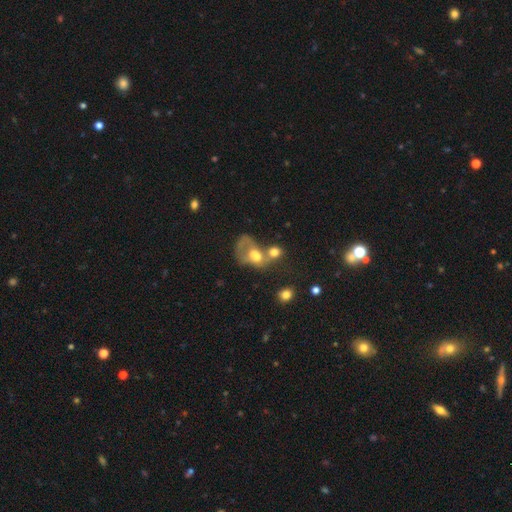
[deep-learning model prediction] A smooth galaxy with no disk features (52%) that is in between round and cigar-shaped (63%).

Vote fractions:
- Smooth or featured? smooth: 52% / featured or disk: 35% / star or artifact: 12%
- How rounded? in between: 63% / round: 35% / cigar-shaped: 2%
- Merging? merger: 59% / major disturbance: 21% / none: 12% / minor disturbance: 8%